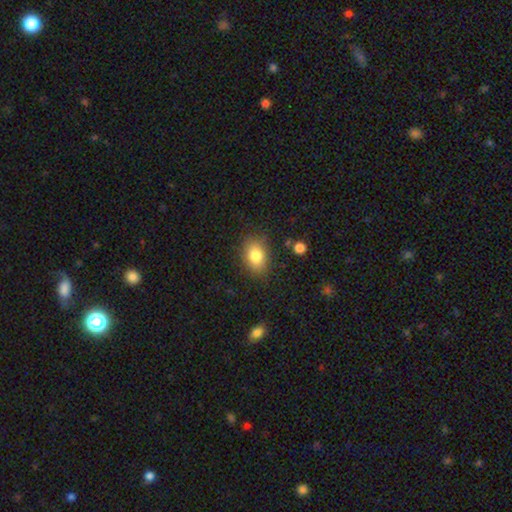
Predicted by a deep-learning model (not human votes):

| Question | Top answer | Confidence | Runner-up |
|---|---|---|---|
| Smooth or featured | smooth | 82% | featured or disk (9%) |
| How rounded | in between | 80% | round (19%) |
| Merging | none | 83% | minor disturbance (12%) |